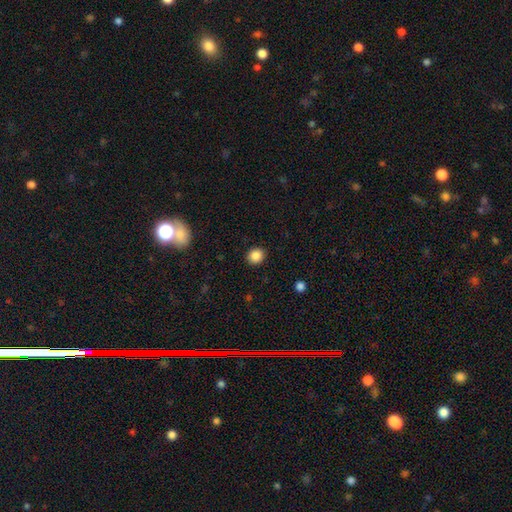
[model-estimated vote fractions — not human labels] A smooth galaxy with no disk features (87%) that is round (81%). Merging: none (91%).